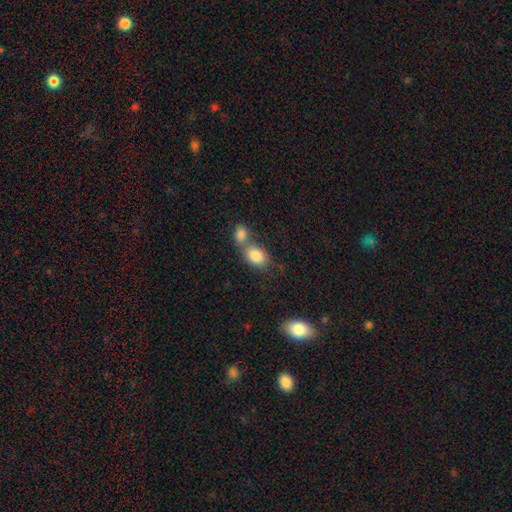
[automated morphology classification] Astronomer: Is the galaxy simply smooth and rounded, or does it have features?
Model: smooth — 84%.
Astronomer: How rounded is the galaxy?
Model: in between — 72%.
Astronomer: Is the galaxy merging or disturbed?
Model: merger — 52% (runner-up: none, 35%).